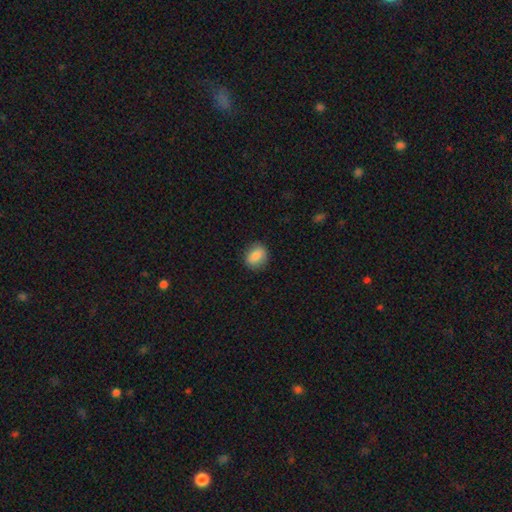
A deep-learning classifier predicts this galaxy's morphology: The model was most divided on "how rounded": round: 56%, in between: 43%, cigar-shaped: 1%. More confident: merging — none (85%); smooth or featured — smooth (85%).